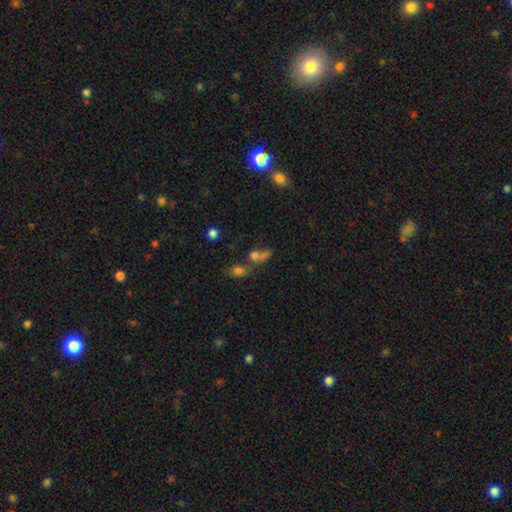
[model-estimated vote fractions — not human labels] This appears to be a smooth galaxy with no disk features (42%). Merging: none (56%).